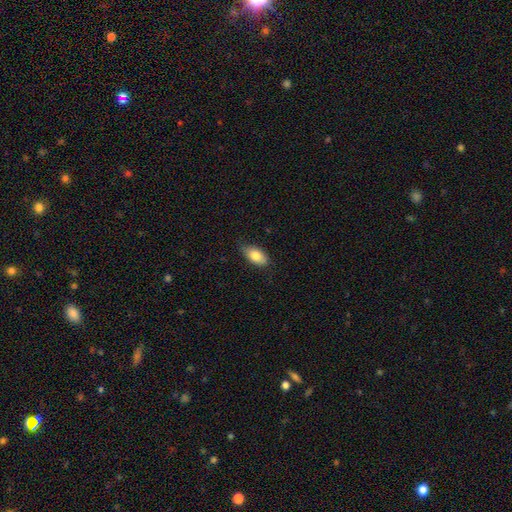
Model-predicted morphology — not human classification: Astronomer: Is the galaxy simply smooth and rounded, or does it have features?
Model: smooth — 81%.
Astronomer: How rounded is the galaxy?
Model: in between — 90%.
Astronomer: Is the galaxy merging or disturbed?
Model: none — 76%.